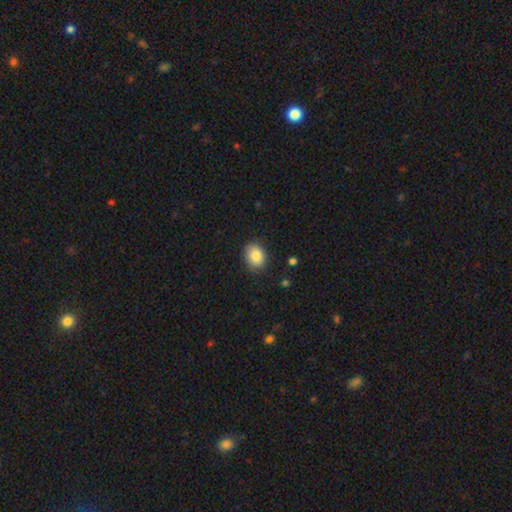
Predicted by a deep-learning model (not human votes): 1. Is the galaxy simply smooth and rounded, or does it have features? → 85% smooth, 8% star or artifact, 7% featured or disk.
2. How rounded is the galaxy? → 60% in between, 39% round, 1% cigar-shaped.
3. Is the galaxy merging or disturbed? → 86% none, 11% minor disturbance, 2% major disturbance, 1% merger.